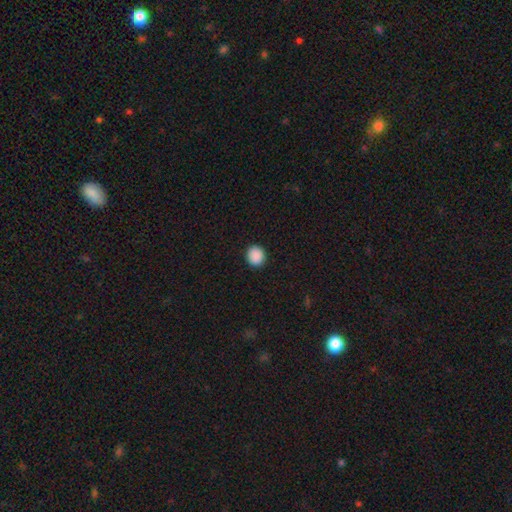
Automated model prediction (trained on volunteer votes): A smooth galaxy with no disk features (90%) that is round (84%).

Vote fractions:
- Smooth or featured? smooth: 90% / star or artifact: 8% / featured or disk: 2%
- How rounded? round: 84% / in between: 15% / cigar-shaped: 1%
- Merging? none: 92% / minor disturbance: 5% / major disturbance: 2% / merger: 1%